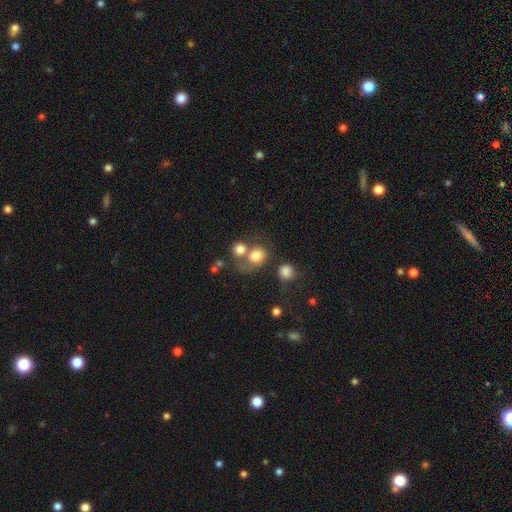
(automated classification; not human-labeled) A smooth galaxy with no disk features (76%) that is round (68%).

Vote fractions:
- Smooth or featured? smooth: 76% / featured or disk: 12% / star or artifact: 12%
- How rounded? round: 68% / in between: 31% / cigar-shaped: 1%
- Merging? merger: 44% / none: 36% / minor disturbance: 11% / major disturbance: 9%